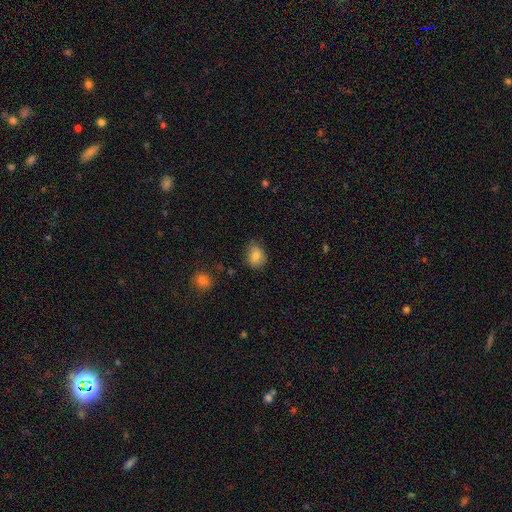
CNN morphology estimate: Smooth or featured?
  - smooth: 80% *
  - featured or disk: 10%
  - star or artifact: 9%
How rounded?
  - in between: 51% *
  - round: 48%
  - cigar-shaped: 1%
Merging?
  - none: 72% *
  - minor disturbance: 22%
  - major disturbance: 4%
  - merger: 2%